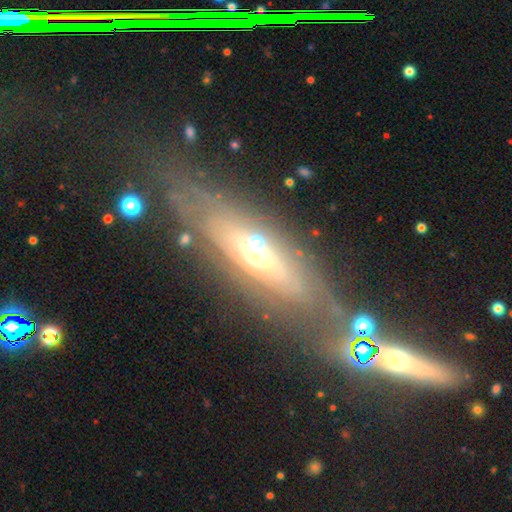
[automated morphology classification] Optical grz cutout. It shows a featured or disk galaxy (63%) viewed edge-on (51%). Merging: none (61%).